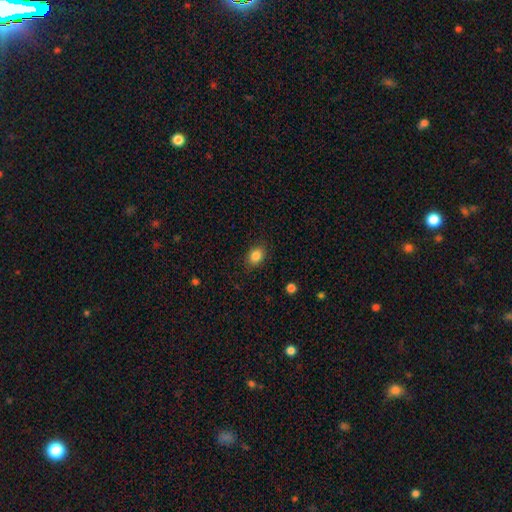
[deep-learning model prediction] Overall: smooth (85%). How rounded: in between (64%; round 35%). Merging: none (86%).